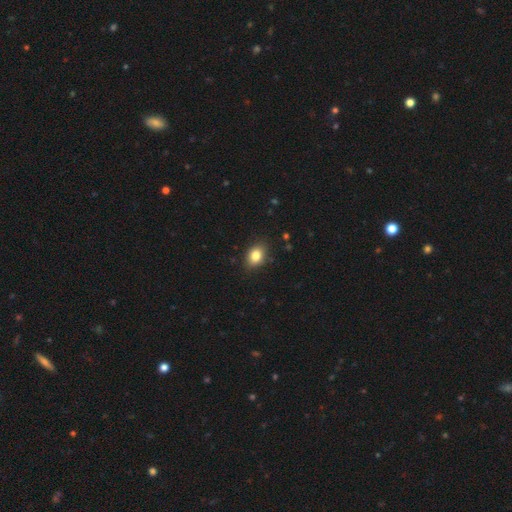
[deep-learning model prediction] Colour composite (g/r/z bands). It shows a smooth galaxy with no disk features (83%) that is in between round and cigar-shaped (74%). Merging: none (86%).